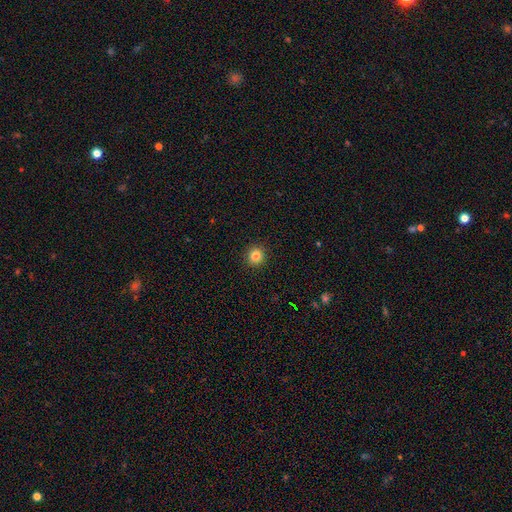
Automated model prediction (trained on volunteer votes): Morphology: type=smooth (83%); roundness=round (92%); merging=none (92%).